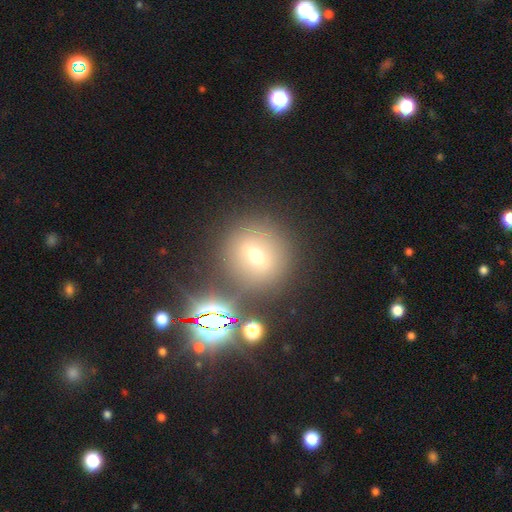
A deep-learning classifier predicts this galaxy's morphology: Smooth or featured? smooth (49%)
Merging? none (81%)